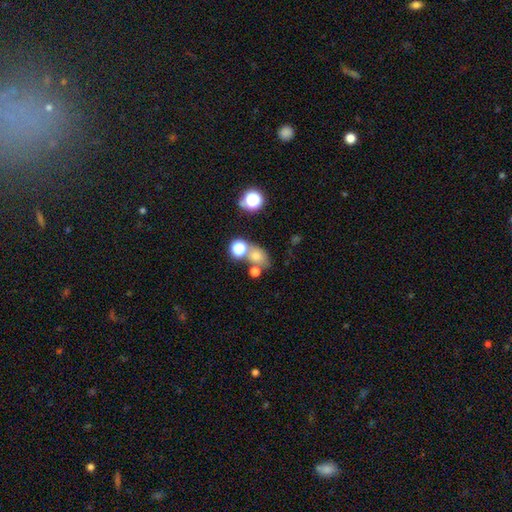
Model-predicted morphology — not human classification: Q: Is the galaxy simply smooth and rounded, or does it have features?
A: smooth — 67%.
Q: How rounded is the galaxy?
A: in between — 52%.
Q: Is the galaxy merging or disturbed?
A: none — 52%.